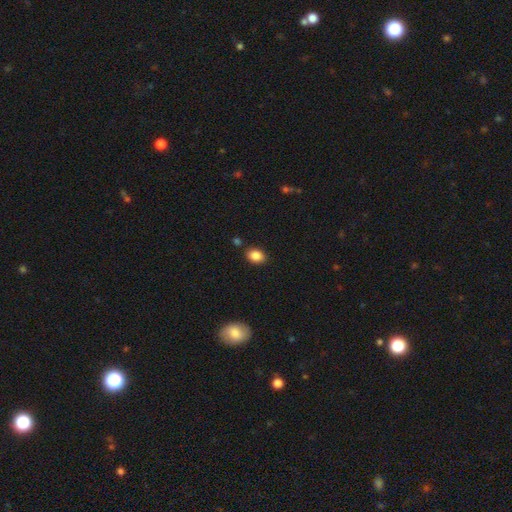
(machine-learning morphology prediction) Smooth or featured: smooth — 86% (star or artifact — 9%)
How rounded: in between — 70% (round — 29%)
Merging: none — 84% (minor disturbance — 10%)